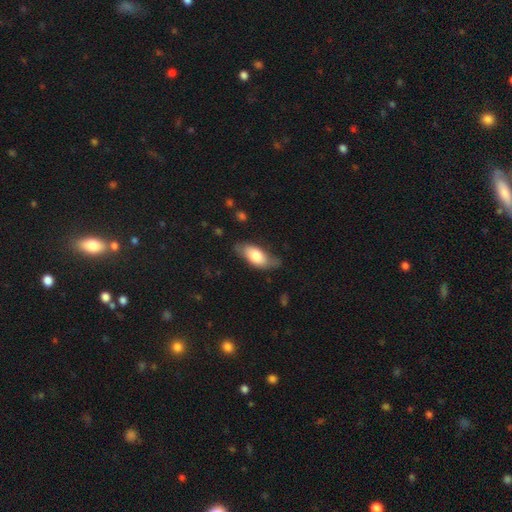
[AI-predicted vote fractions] This is likely a smooth galaxy (69%). How rounded: clearly in between (85%). Merging: likely none (64%).